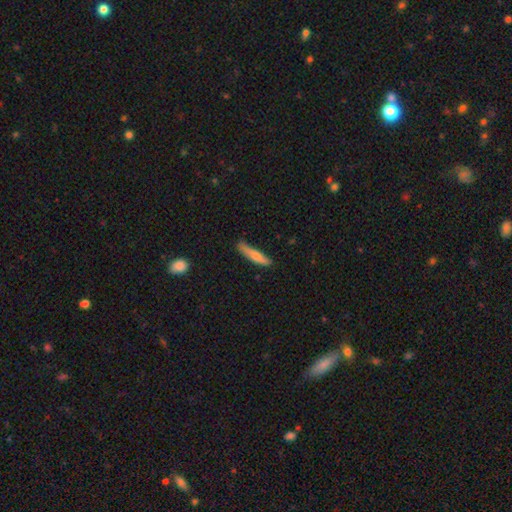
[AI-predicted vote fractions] Smooth or featured?
  - smooth: 63% *
  - featured or disk: 31%
  - star or artifact: 6%
How rounded?
  - cigar-shaped: 86% *
  - in between: 12%
  - round: 2%
Merging?
  - none: 68% *
  - minor disturbance: 24%
  - major disturbance: 5%
  - merger: 3%